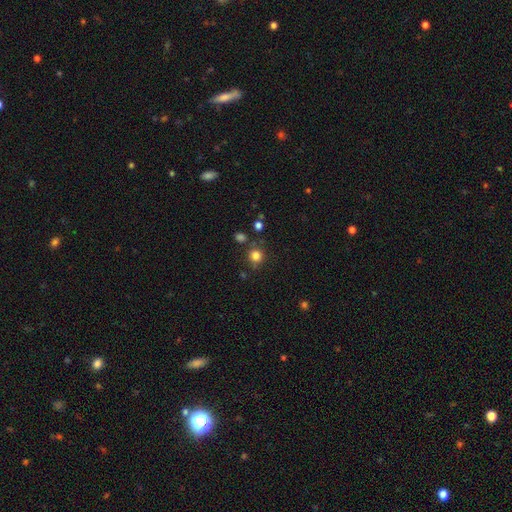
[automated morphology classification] smooth_or_featured: smooth (p=0.80) [alt: star or artifact p=0.14]
how_rounded: round (p=0.88) [alt: in between p=0.11]
merging: none (p=0.76) [alt: minor disturbance p=0.12]